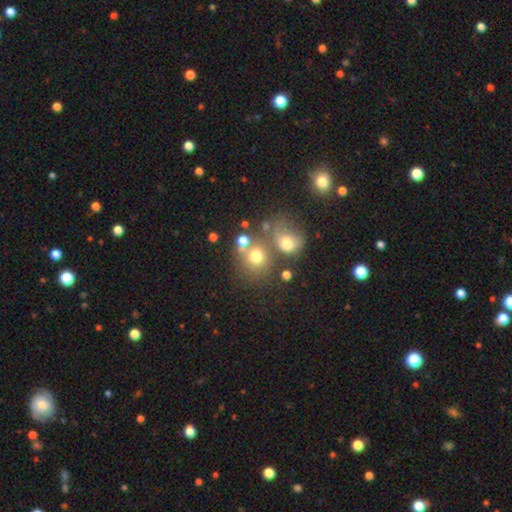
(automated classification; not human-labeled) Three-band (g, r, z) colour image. It shows a smooth galaxy with no disk features (70%) that is round (77%). Merging: none (45%).